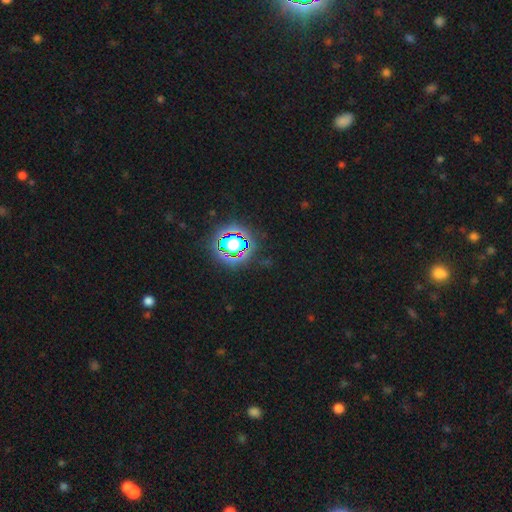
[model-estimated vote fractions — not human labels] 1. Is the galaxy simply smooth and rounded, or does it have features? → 80% star or artifact, 13% smooth, 7% featured or disk.